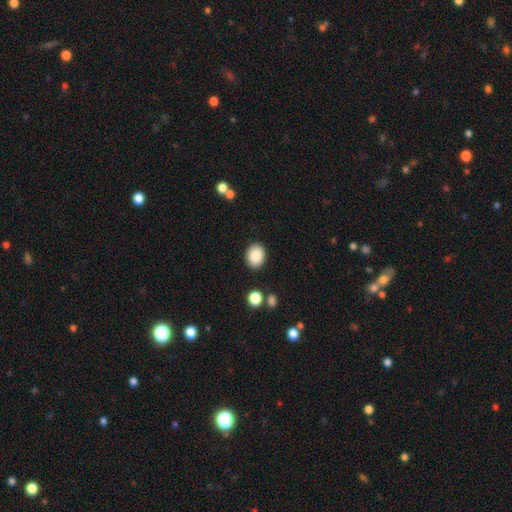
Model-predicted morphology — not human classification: type=smooth (88%); roundness=in between (52%); merging=none (88%).